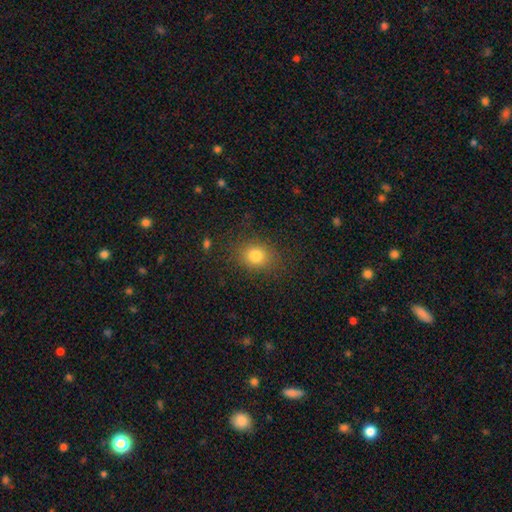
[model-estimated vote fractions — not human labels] Smooth or featured: smooth — 81% (star or artifact — 13%)
How rounded: round — 63% (in between — 36%)
Merging: none — 84% (minor disturbance — 10%)